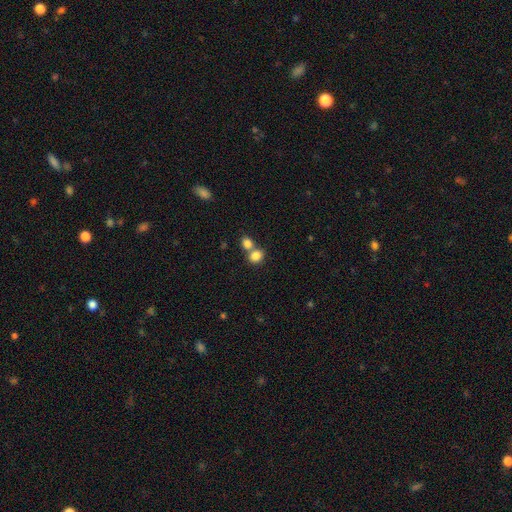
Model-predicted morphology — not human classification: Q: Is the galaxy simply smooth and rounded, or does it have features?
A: smooth — 83%.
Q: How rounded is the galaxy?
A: round — 64%.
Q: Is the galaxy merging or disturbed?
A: merger — 48%.